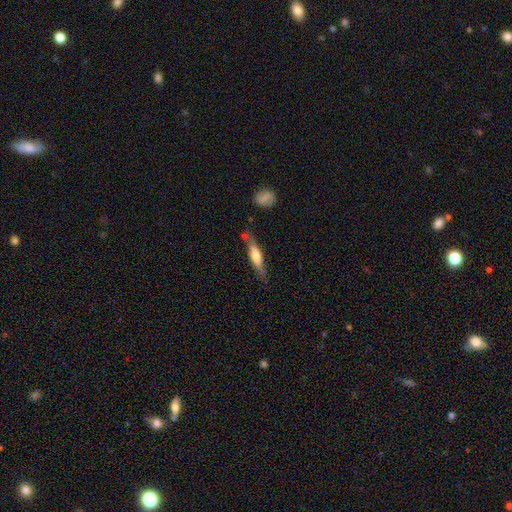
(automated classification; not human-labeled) Overall: smooth (48%; featured or disk 46%). Merging: none (69%).